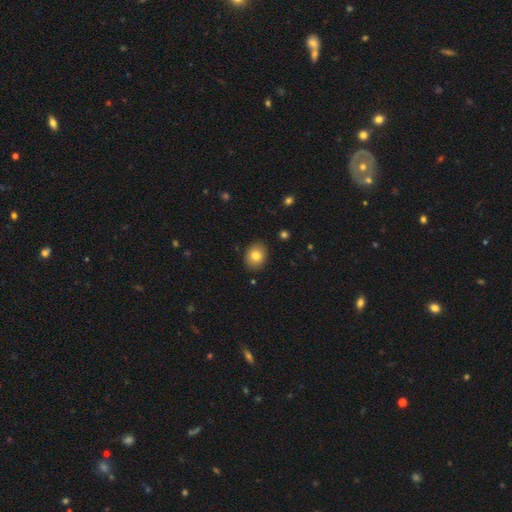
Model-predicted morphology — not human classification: Overall: smooth (81%). How rounded: in between (53%; round 46%). Merging: none (88%).